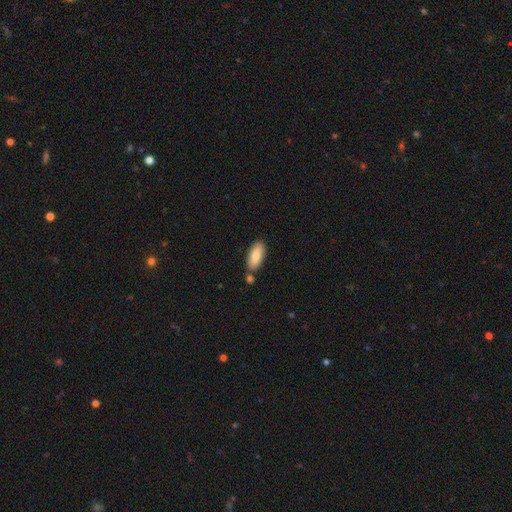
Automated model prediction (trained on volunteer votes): Q: Smooth or featured?
A: smooth (80%); runner-up: featured or disk (14%)
Q: How rounded?
A: in between (84%); runner-up: cigar-shaped (14%)
Q: Merging?
A: none (75%); runner-up: minor disturbance (12%)